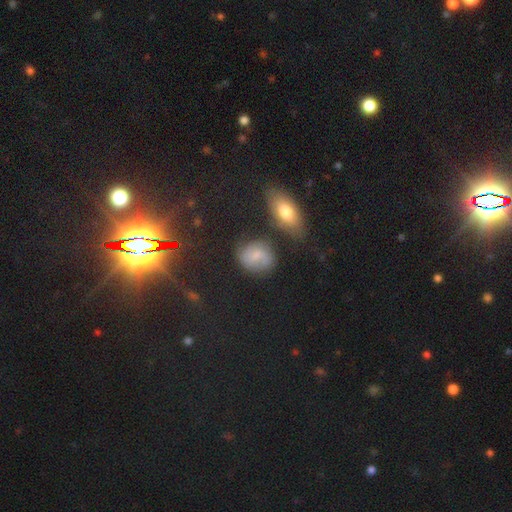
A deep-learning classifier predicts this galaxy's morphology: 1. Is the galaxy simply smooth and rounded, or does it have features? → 46% smooth, 39% featured or disk, 15% star or artifact.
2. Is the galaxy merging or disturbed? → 68% none, 19% minor disturbance, 7% major disturbance, 6% merger.